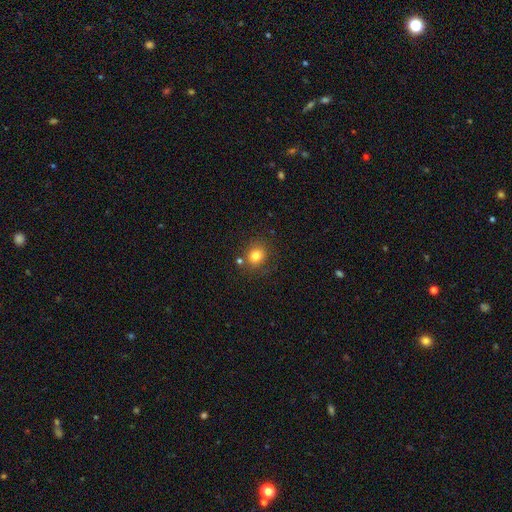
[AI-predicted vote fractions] Smooth or featured: smooth — 80% (star or artifact — 12%)
How rounded: round — 77% (in between — 22%)
Merging: none — 76% (minor disturbance — 12%)